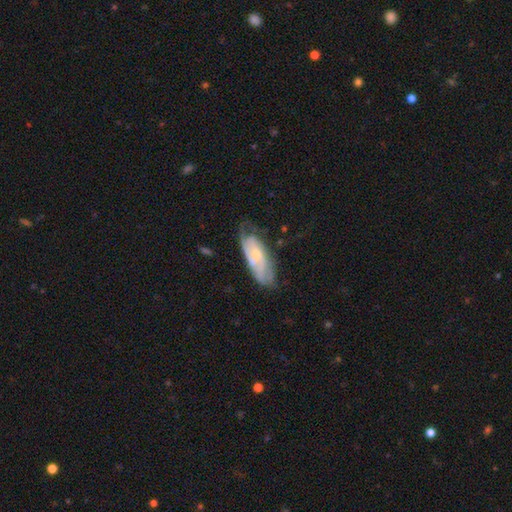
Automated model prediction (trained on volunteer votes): Smooth or featured: featured or disk — 64% (smooth — 29%)
Edge-on disk: no — 87% (yes — 13%)
Bar: no — 72% (weak — 23%)
Spiral arms: yes — 73% (no — 27%)
Bulge size: small — 54% (moderate — 40%)
Merging: none — 52% (minor disturbance — 31%)